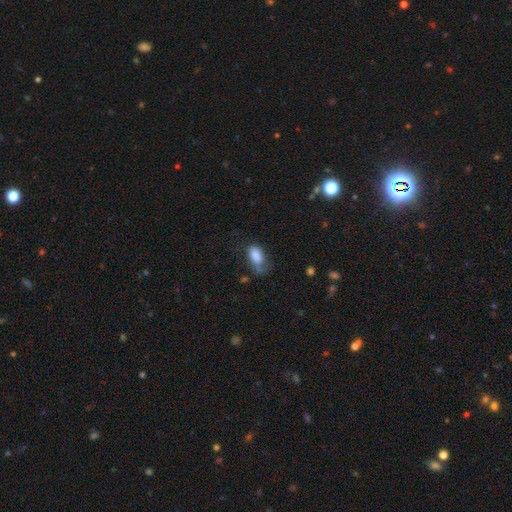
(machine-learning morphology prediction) This appears to be a smooth galaxy with no disk features (78%) that is in between round and cigar-shaped (90%). Merging: none (36%).